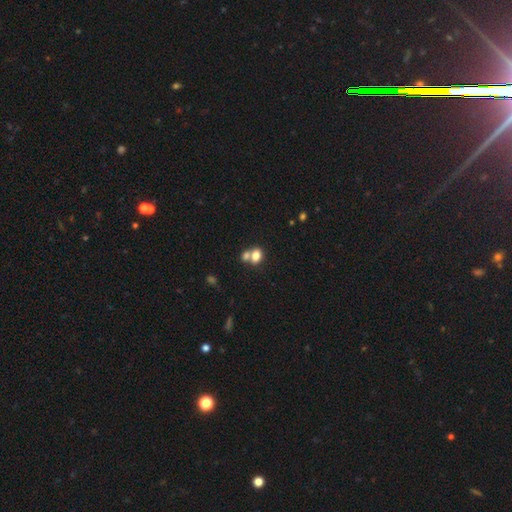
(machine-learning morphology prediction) This is likely a smooth galaxy (78%). How rounded: likely in between (70%). Merging: possibly merger (52%).